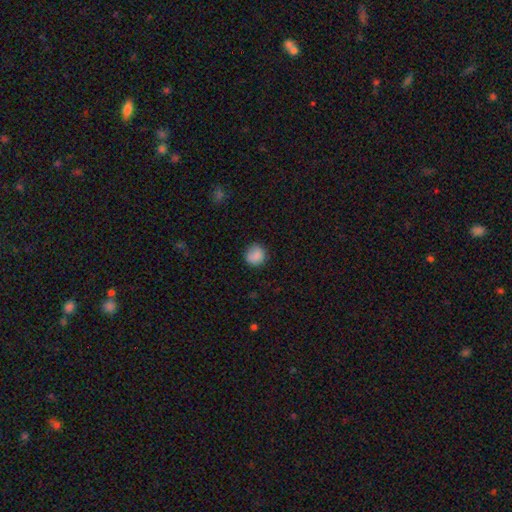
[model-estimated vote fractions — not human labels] smooth-or-featured: smooth: 87% | star or artifact: 9% | featured or disk: 5%
  how-rounded: round: 89% | in between: 10% | cigar-shaped: 1%
  merging: none: 81% | minor disturbance: 14% | major disturbance: 3% | merger: 1%